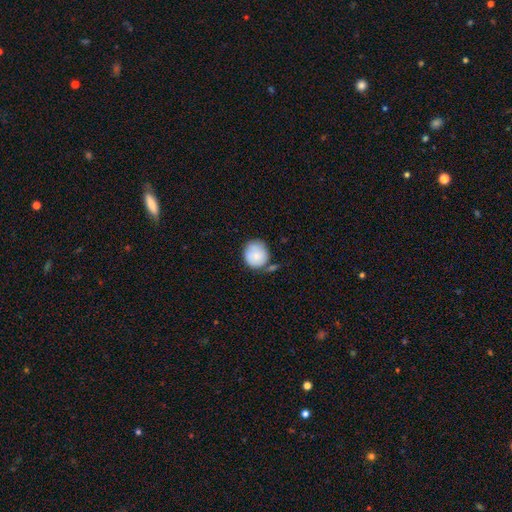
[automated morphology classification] type=smooth (81%); roundness=round (85%); merging=none (61%).